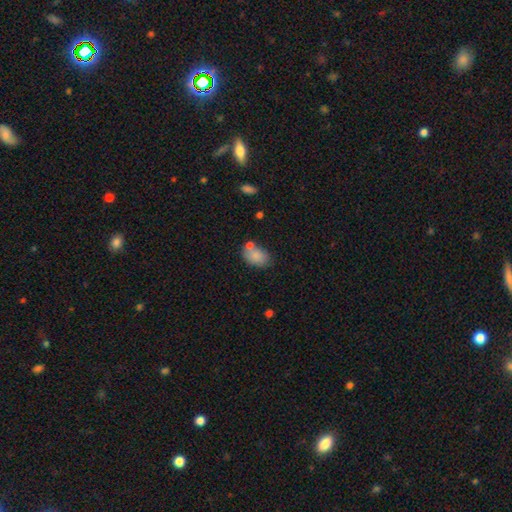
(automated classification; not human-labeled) This appears to be a smooth galaxy with no disk features (83%) that is in between round and cigar-shaped (85%). Merging: none (57%).